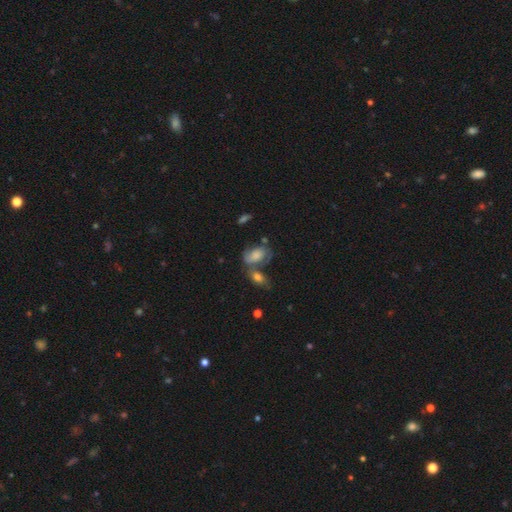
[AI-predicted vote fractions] smooth 53%, featured or disk 37%, star or artifact 9%. Down the decision tree: how rounded — in between (85%); merging — none (38%).